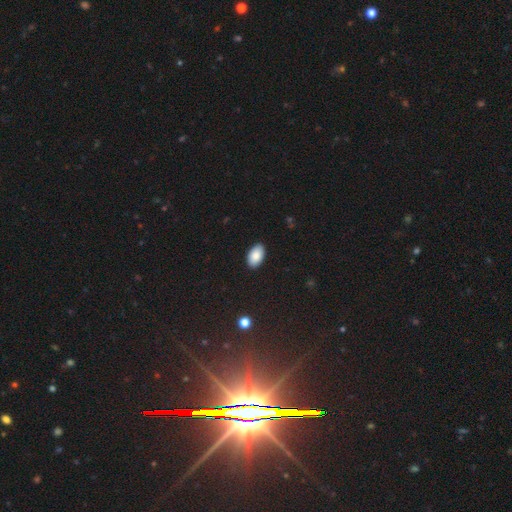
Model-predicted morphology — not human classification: Smooth or featured? Predicted: smooth (p=0.87). How rounded? Predicted: in between (p=0.95). Merging? Predicted: none (p=0.89).